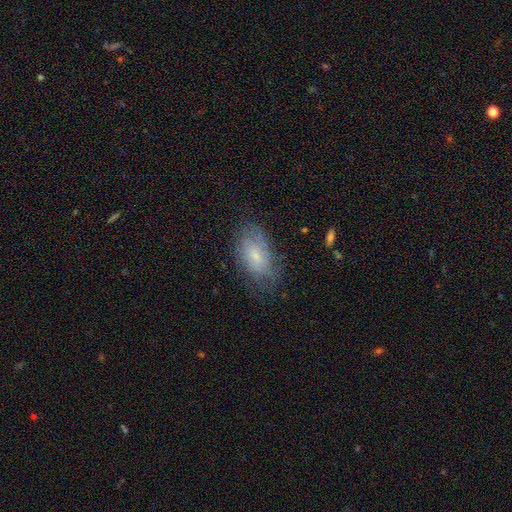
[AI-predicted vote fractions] Smooth or featured?
  - smooth: 52% *
  - featured or disk: 40%
  - star or artifact: 9%
How rounded?
  - in between: 91% *
  - round: 5%
  - cigar-shaped: 3%
Merging?
  - none: 63% *
  - minor disturbance: 25%
  - major disturbance: 11%
  - merger: 1%